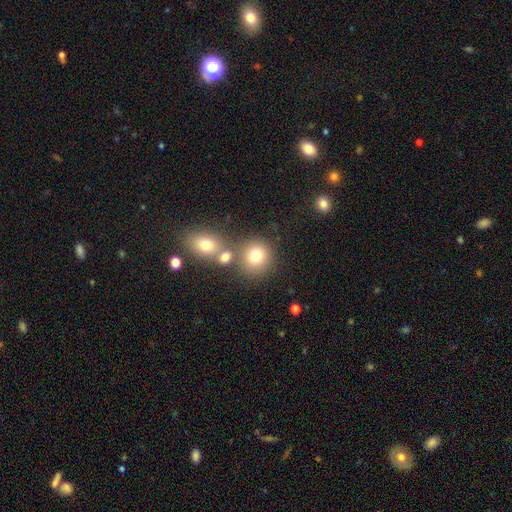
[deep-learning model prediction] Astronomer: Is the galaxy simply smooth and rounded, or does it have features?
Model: smooth — 77%.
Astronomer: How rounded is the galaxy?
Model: round — 84%.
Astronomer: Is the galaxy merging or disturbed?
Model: none — 64%.